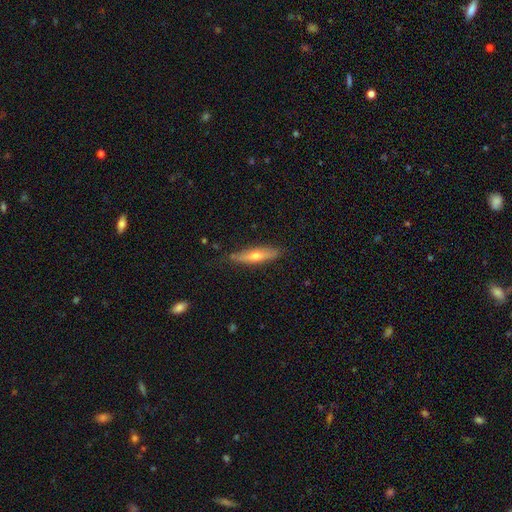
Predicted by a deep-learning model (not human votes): A featured or disk galaxy (51%) viewed edge-on (88%). Merging: none (81%).